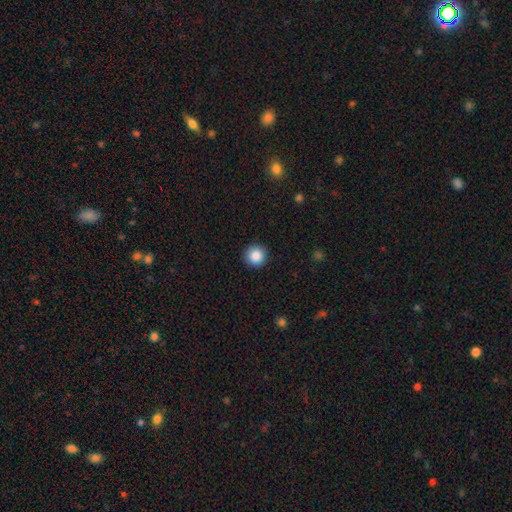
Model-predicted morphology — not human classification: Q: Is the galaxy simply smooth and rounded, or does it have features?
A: smooth — 88%.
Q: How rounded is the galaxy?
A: round — 96%.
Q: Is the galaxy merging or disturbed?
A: none — 92%.